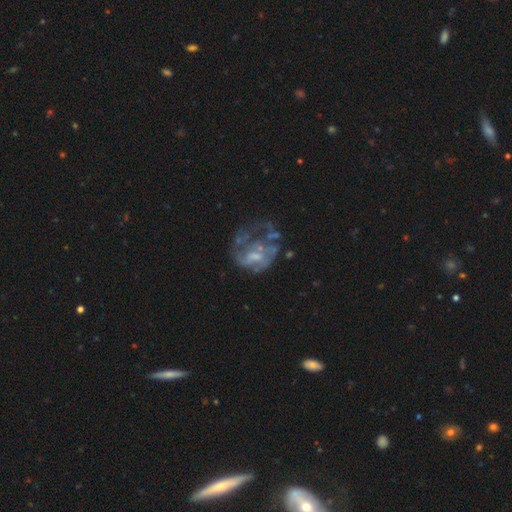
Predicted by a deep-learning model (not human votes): Overall: featured or disk (67%). Edge-on disk: no (98%). Bar: no (72%). Spiral arms: no (67%; yes 33%). Bulge size: small (33%; moderate 32%). Merging: major disturbance (43%; none 29%).